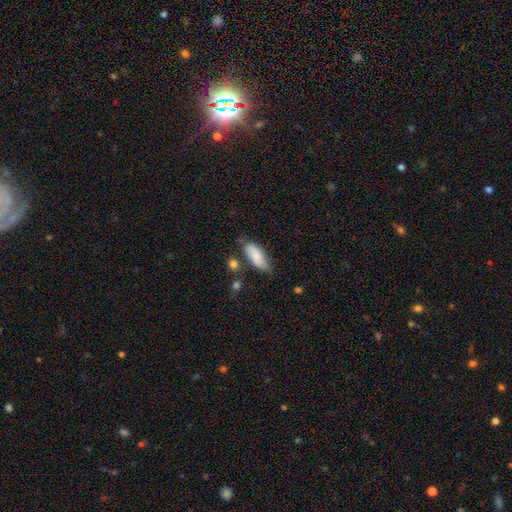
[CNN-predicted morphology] A smooth galaxy with no disk features (81%) that is in between round and cigar-shaped (76%).

Vote fractions:
- Smooth or featured? smooth: 81% / featured or disk: 12% / star or artifact: 7%
- How rounded? in between: 76% / cigar-shaped: 22% / round: 2%
- Merging? none: 63% / minor disturbance: 25% / merger: 6% / major disturbance: 6%